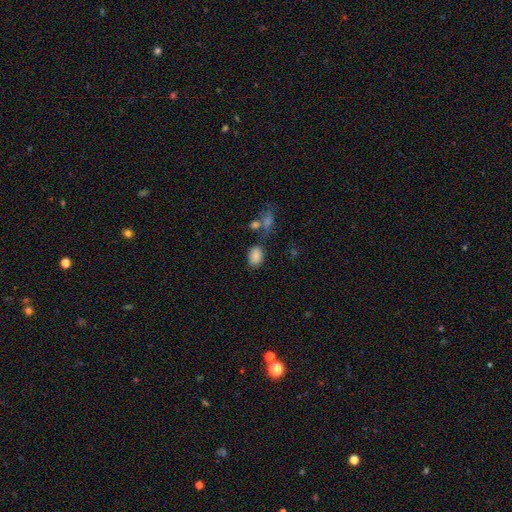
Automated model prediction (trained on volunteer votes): This appears to be a smooth galaxy with no disk features (82%) that is in between round and cigar-shaped (76%). Merging: none (67%).